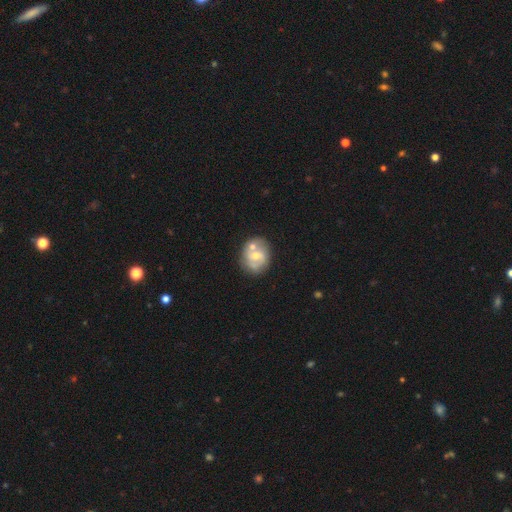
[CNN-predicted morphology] This is possibly a featured or disk galaxy (56%). It is clearly not viewed edge-on (97%). Bar: likely no (62%). Spiral arm pattern: possibly yes (51%). Central bulge: possibly moderate (57%). Merging: possibly none (50%).